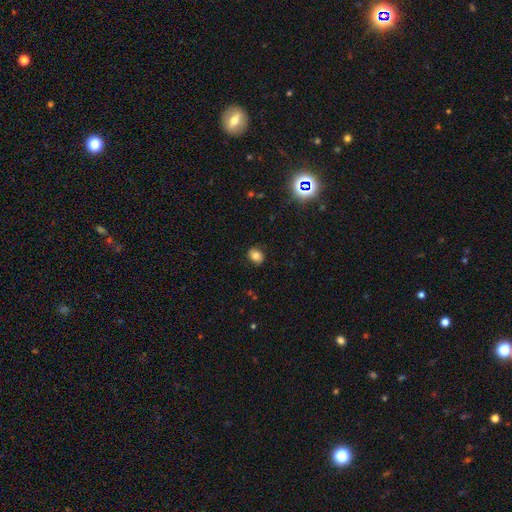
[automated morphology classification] Smooth or featured? smooth (80%)
How rounded? in between (53%)
Merging? none (86%)